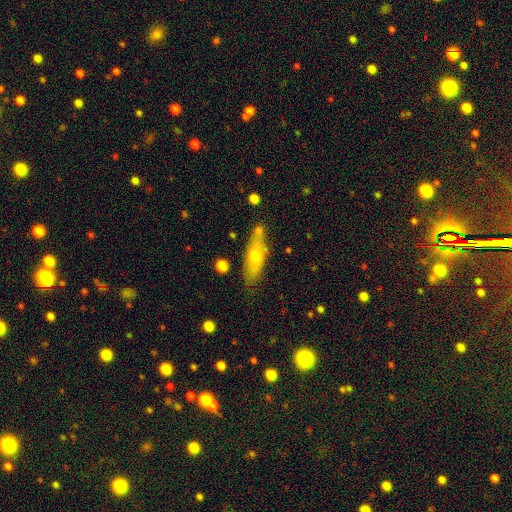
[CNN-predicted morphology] Q: Smooth or featured?
A: smooth (53%); runner-up: featured or disk (40%)
Q: How rounded?
A: cigar-shaped (50%); runner-up: in between (47%)
Q: Merging?
A: none (76%); runner-up: minor disturbance (16%)